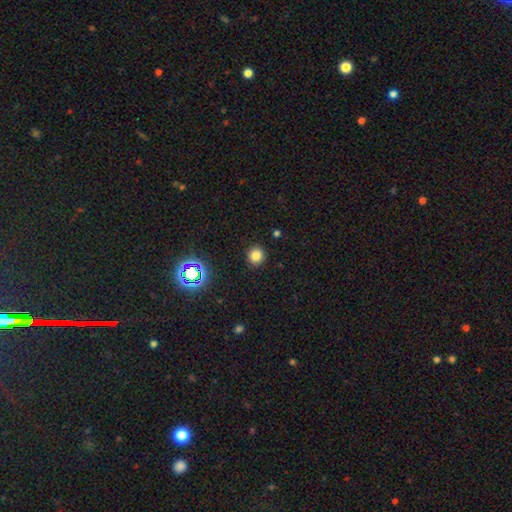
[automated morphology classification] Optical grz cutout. It shows a smooth galaxy with no disk features (78%) that is round (90%). Merging: none (91%).